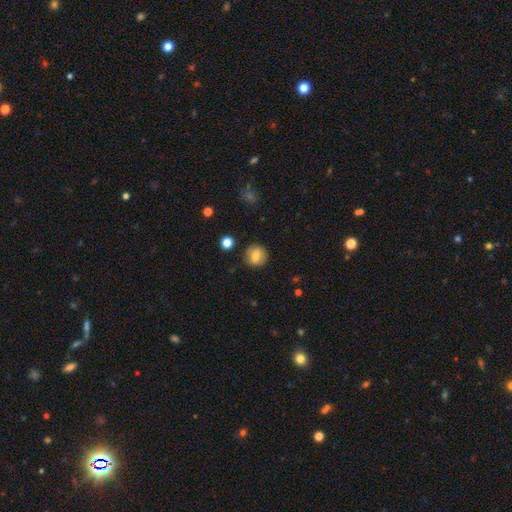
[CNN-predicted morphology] This is likely a smooth galaxy (76%). How rounded: clearly round (88%). Merging: clearly none (85%).